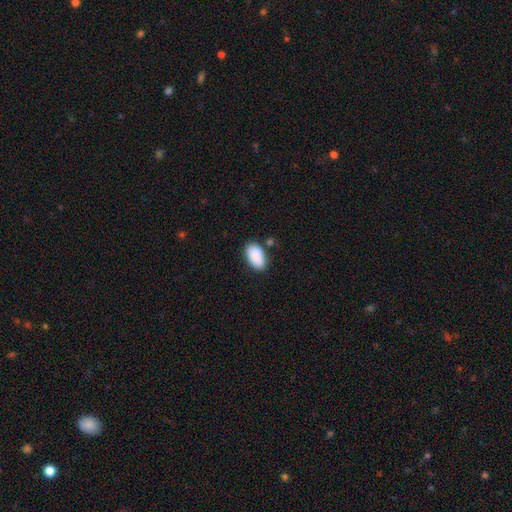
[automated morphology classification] smooth-or-featured: smooth: 89% | star or artifact: 7% | featured or disk: 5%
  how-rounded: in between: 94% | round: 4% | cigar-shaped: 2%
  merging: none: 74% | minor disturbance: 16% | merger: 6% | major disturbance: 4%